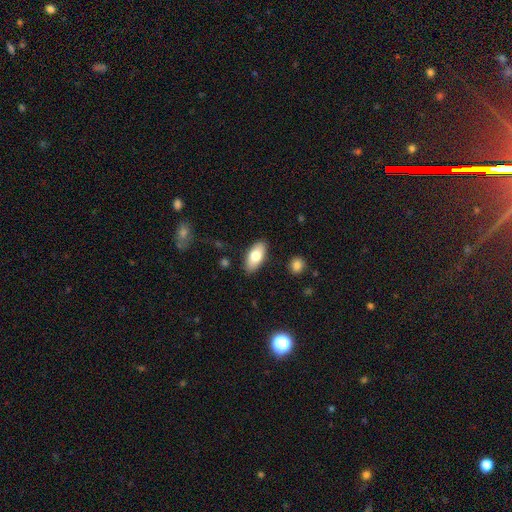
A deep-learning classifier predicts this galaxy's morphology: Overall: smooth (76%). How rounded: in between (89%). Merging: none (87%).